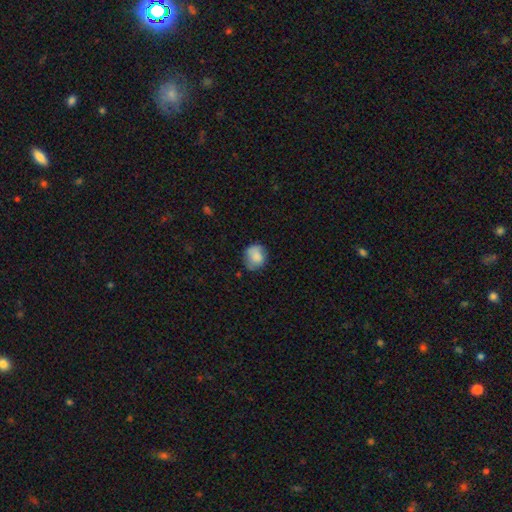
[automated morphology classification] type=smooth (79%); roundness=round (75%); merging=none (65%).